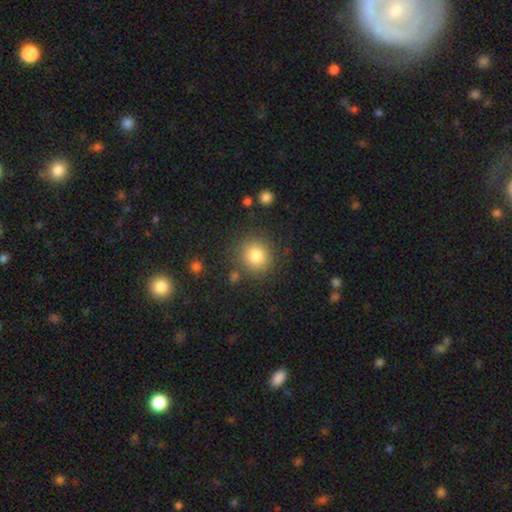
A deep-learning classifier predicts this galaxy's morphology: smooth-or-featured: smooth: 82% | star or artifact: 11% | featured or disk: 7%
  how-rounded: round: 89% | in between: 10% | cigar-shaped: 1%
  merging: none: 84% | minor disturbance: 9% | major disturbance: 4% | merger: 3%